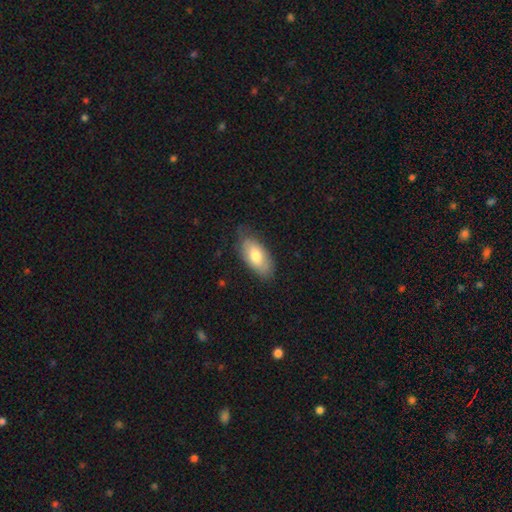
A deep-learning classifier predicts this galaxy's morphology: smooth 73%, featured or disk 21%, star or artifact 6%. Down the decision tree: how rounded — in between (92%); merging — none (73%).